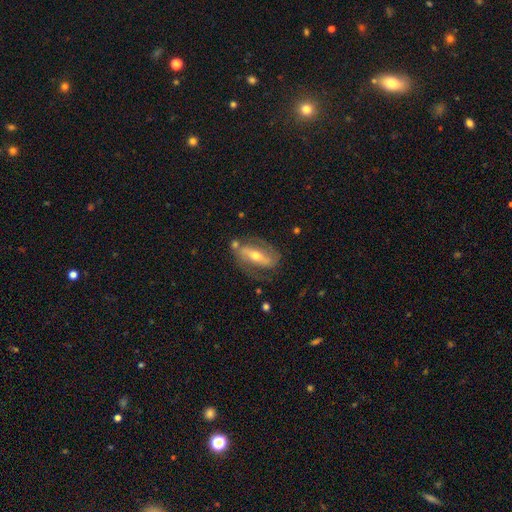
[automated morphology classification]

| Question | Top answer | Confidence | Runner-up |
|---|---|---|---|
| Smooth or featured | featured or disk | 74% | smooth (20%) |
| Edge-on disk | no | 83% | yes (17%) |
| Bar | strong | 55% | weak (25%) |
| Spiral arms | yes | 77% | no (23%) |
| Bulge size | moderate | 62% | small (32%) |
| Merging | none | 64% | minor disturbance (20%) |